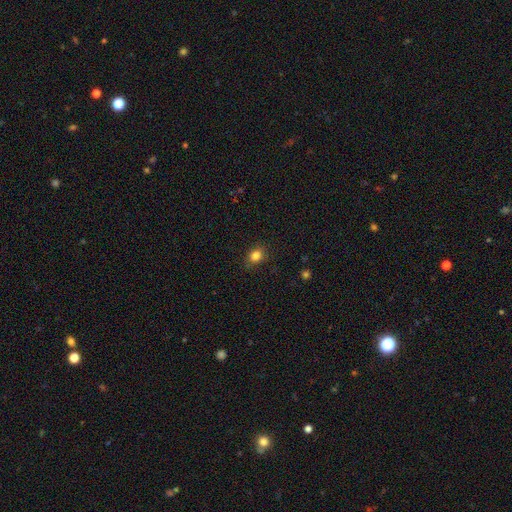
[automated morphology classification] This appears to be a smooth galaxy with no disk features (83%) that is round (58%). Merging: none (85%).